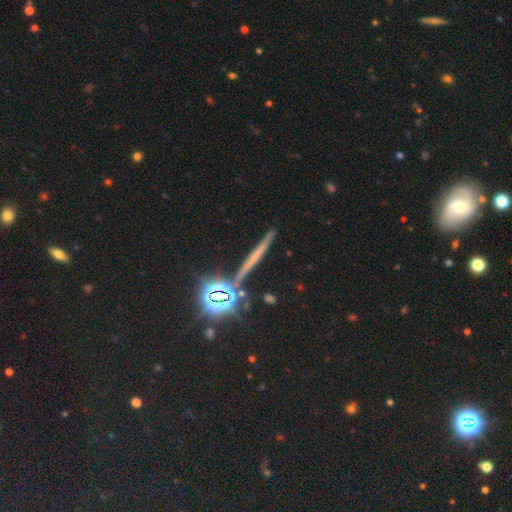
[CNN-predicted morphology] smooth-or-featured: star or artifact: 35% | featured or disk: 34% | smooth: 31%